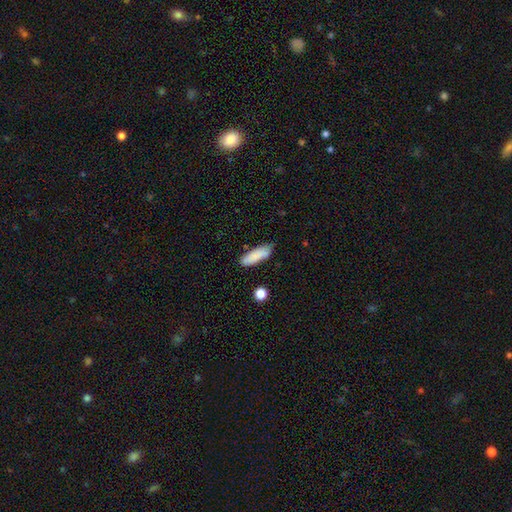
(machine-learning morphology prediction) Smooth or featured?
  - smooth: 85% *
  - featured or disk: 9%
  - star or artifact: 7%
How rounded?
  - in between: 54% *
  - cigar-shaped: 44%
  - round: 2%
Merging?
  - none: 75% *
  - minor disturbance: 18%
  - major disturbance: 3%
  - merger: 3%